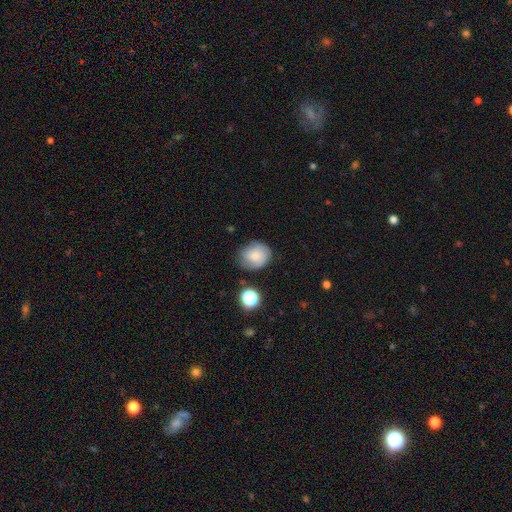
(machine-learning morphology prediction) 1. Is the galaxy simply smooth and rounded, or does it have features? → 62% smooth, 28% featured or disk, 10% star or artifact.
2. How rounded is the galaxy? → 67% round, 32% in between, 1% cigar-shaped.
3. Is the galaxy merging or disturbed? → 64% none, 25% minor disturbance, 8% major disturbance, 3% merger.